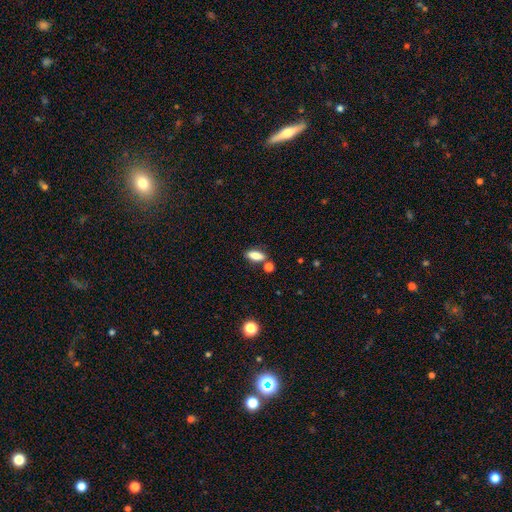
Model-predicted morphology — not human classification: This appears to be a smooth galaxy with no disk features (83%) that is in between round and cigar-shaped (75%). Merging: none (74%).